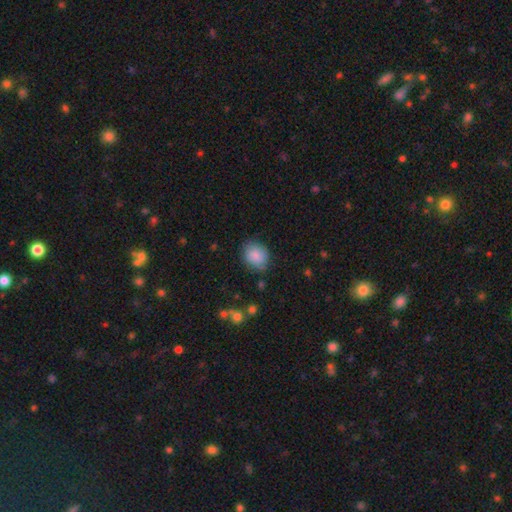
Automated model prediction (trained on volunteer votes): The model was most divided on "how rounded": round: 52%, in between: 47%, cigar-shaped: 1%. More confident: smooth or featured — smooth (87%); merging — none (76%).